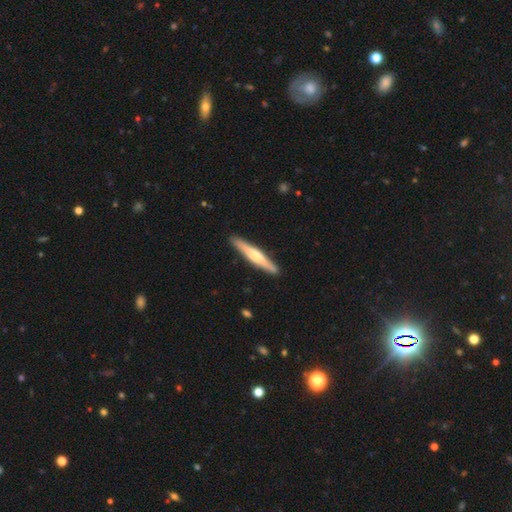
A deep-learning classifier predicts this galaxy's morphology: Smooth or featured?
  - featured or disk: 49% *
  - smooth: 46%
  - star or artifact: 5%
Merging?
  - none: 90% *
  - minor disturbance: 7%
  - major disturbance: 1%
  - merger: 1%